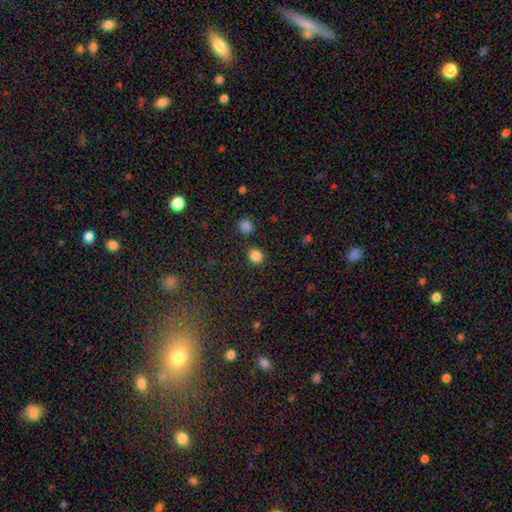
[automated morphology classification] Q: Smooth or featured?
A: smooth (85%); runner-up: star or artifact (12%)
Q: How rounded?
A: round (73%); runner-up: in between (26%)
Q: Merging?
A: none (86%); runner-up: minor disturbance (7%)